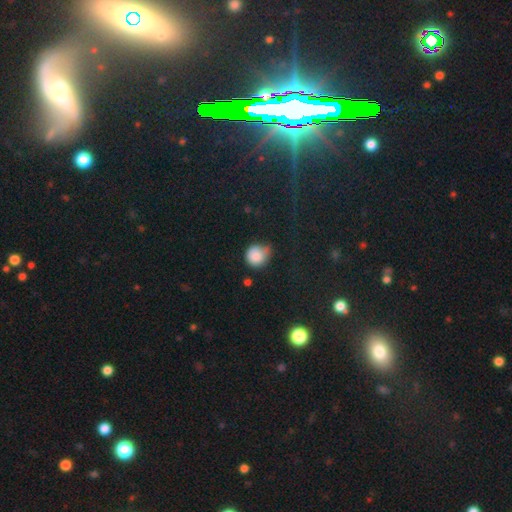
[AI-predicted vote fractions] The model was most divided on "merging": minor disturbance: 43%, none: 40%, major disturbance: 12%, merger: 5%. More confident: smooth or featured — smooth (84%); how rounded — round (83%).